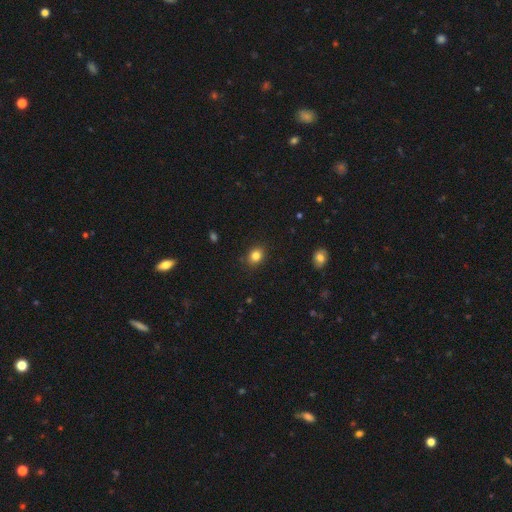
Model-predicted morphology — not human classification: Smooth or featured?
  - smooth: 83% *
  - star or artifact: 11%
  - featured or disk: 6%
How rounded?
  - round: 51% *
  - in between: 48%
  - cigar-shaped: 1%
Merging?
  - none: 86% *
  - minor disturbance: 10%
  - major disturbance: 3%
  - merger: 1%